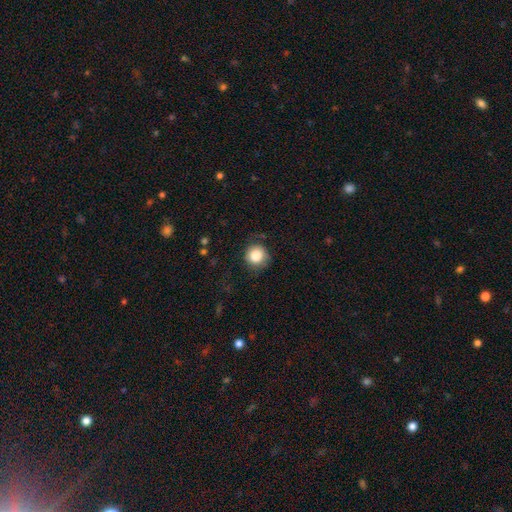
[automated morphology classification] smooth-or-featured: smooth: 84% | star or artifact: 9% | featured or disk: 7%
  how-rounded: round: 92% | in between: 7% | cigar-shaped: 1%
  merging: none: 77% | minor disturbance: 16% | major disturbance: 6% | merger: 1%